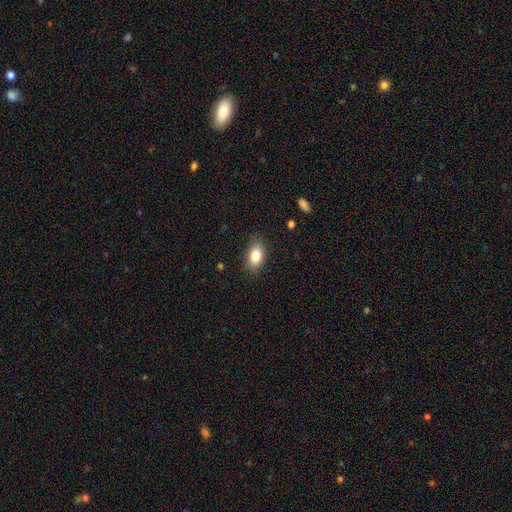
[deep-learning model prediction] Morphology: type=smooth (81%); roundness=in between (88%); merging=none (84%).